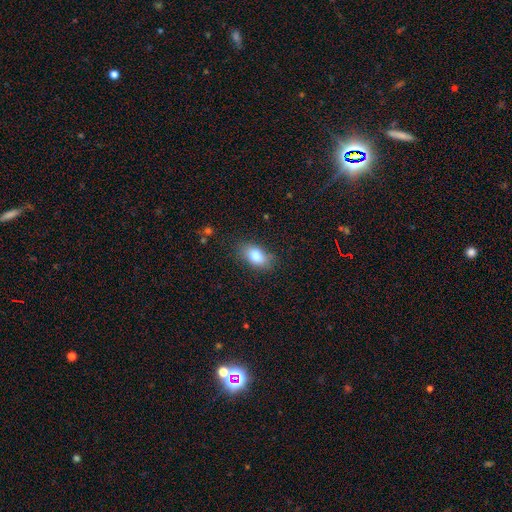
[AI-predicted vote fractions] Smooth or featured: smooth — 82% (featured or disk — 10%)
How rounded: in between — 88% (round — 9%)
Merging: none — 78% (minor disturbance — 16%)